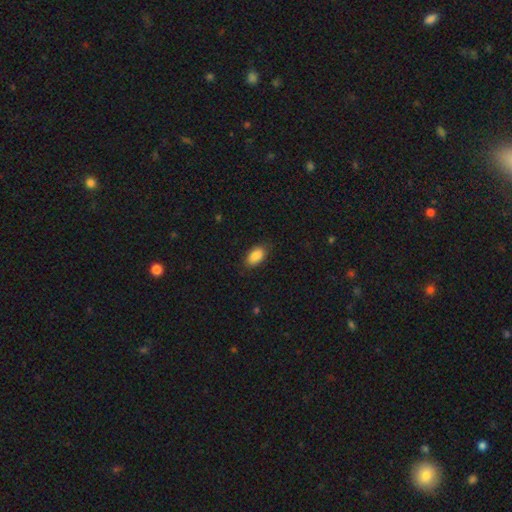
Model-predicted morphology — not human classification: smooth 89%, star or artifact 7%, featured or disk 4%. Down the decision tree: how rounded — in between (93%); merging — none (83%).